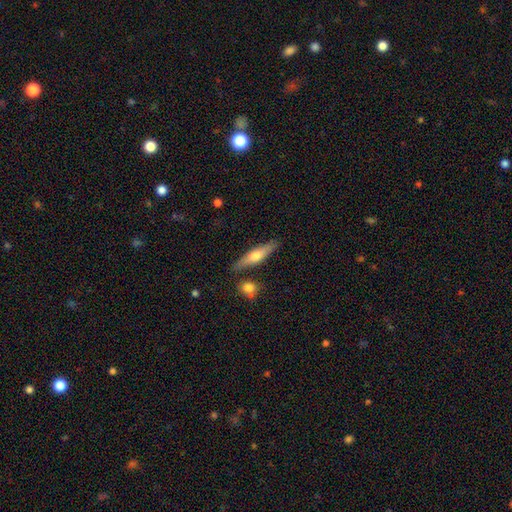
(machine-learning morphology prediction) Smooth or featured?
  - smooth: 48% *
  - featured or disk: 46%
  - star or artifact: 6%
Merging?
  - none: 82% *
  - minor disturbance: 11%
  - merger: 5%
  - major disturbance: 3%